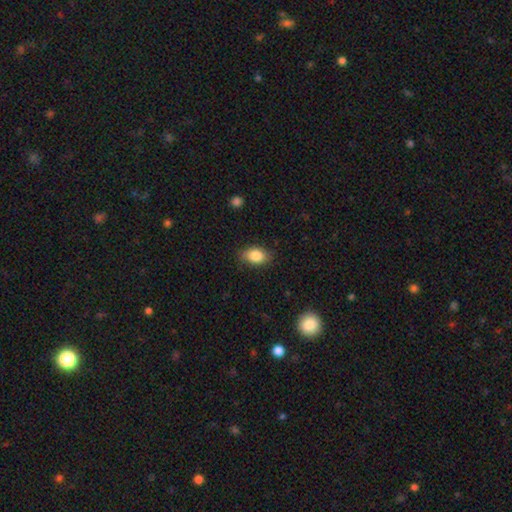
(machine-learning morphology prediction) smooth_or_featured: smooth (p=0.85) [alt: star or artifact p=0.08]
how_rounded: in between (p=0.85) [alt: round p=0.14]
merging: none (p=0.83) [alt: minor disturbance p=0.13]